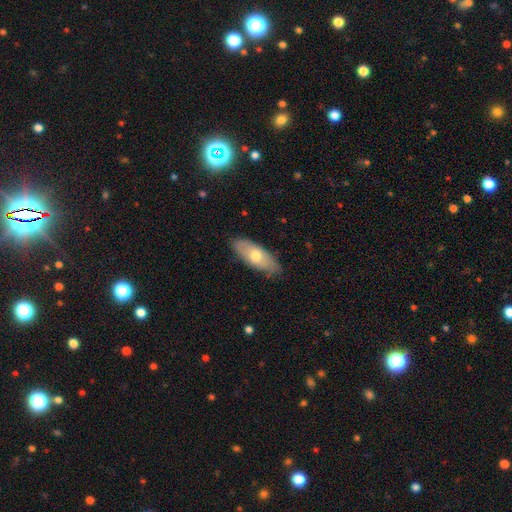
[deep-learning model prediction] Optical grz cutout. It shows a smooth galaxy with no disk features (59%) that is in between round and cigar-shaped (79%). Merging: none (80%).